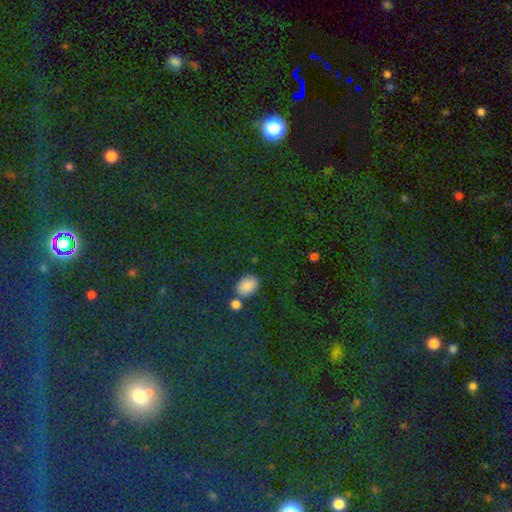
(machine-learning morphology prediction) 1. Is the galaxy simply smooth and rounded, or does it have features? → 62% star or artifact, 29% smooth, 9% featured or disk.